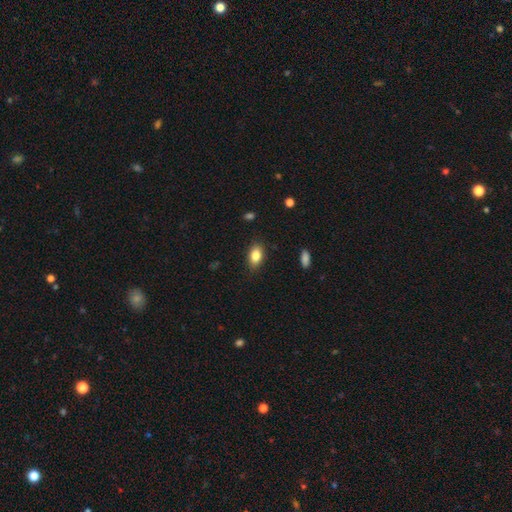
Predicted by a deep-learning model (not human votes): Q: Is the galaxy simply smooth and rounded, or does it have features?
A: smooth — 84%.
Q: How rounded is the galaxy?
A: in between — 88%.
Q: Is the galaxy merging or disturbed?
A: none — 86%.